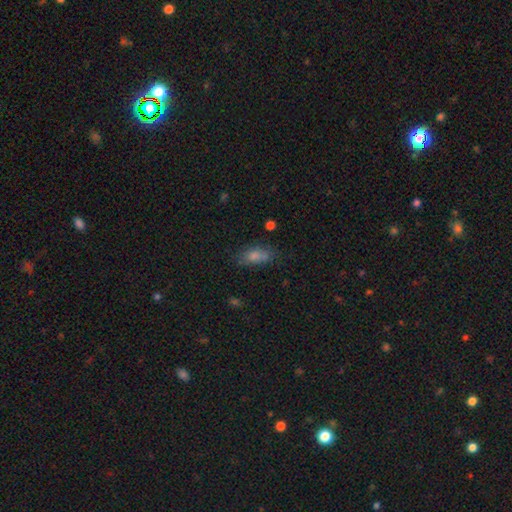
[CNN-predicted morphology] A smooth galaxy with no disk features (77%) that is in between round and cigar-shaped (83%). Merging: none (61%).